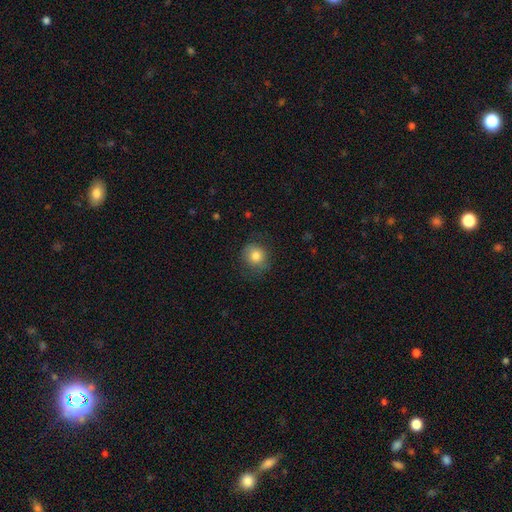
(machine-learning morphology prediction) This is clearly a smooth galaxy (81%). How rounded: clearly round (81%). Merging: likely none (77%).